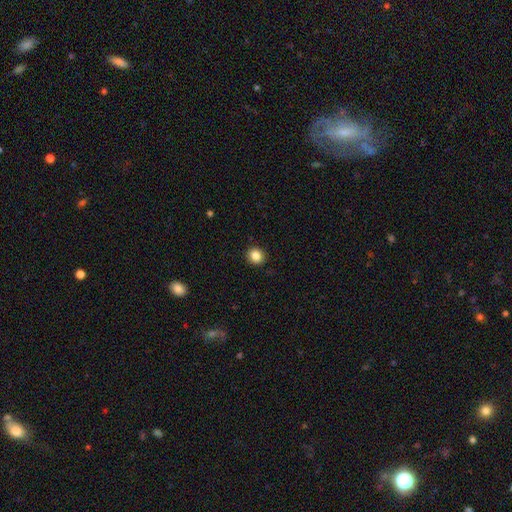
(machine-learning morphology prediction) Smooth or featured? Predicted: smooth (p=0.86). How rounded? Predicted: round (p=0.81). Merging? Predicted: none (p=0.92).